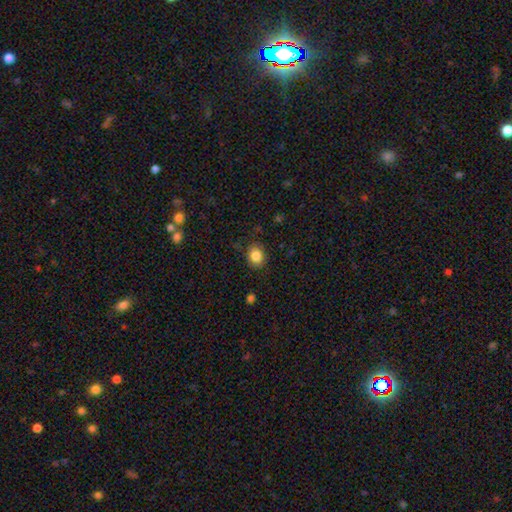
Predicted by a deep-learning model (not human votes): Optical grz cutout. It shows a smooth galaxy with no disk features (85%) that is round (61%). Merging: none (83%).